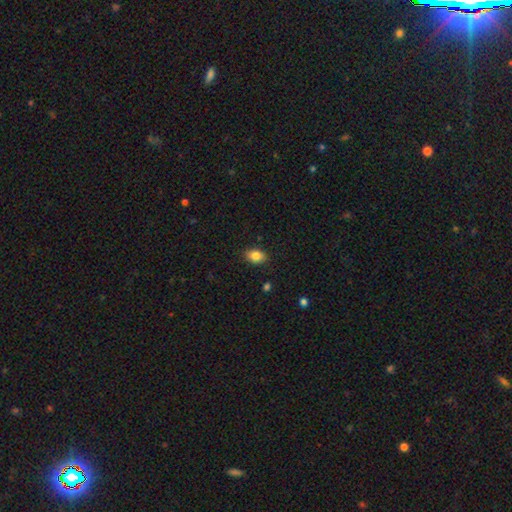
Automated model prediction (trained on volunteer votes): Smooth or featured?
  - smooth: 84% *
  - star or artifact: 9%
  - featured or disk: 7%
How rounded?
  - in between: 80% *
  - round: 19%
  - cigar-shaped: 1%
Merging?
  - none: 87% *
  - minor disturbance: 10%
  - major disturbance: 2%
  - merger: 1%